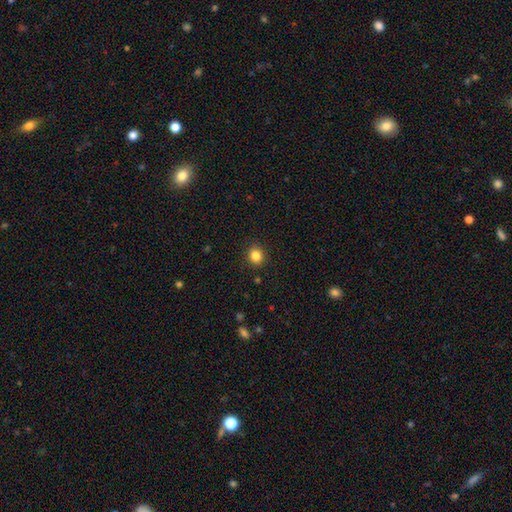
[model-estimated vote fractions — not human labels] The model was most divided on "how rounded": round: 75%, in between: 25%, cigar-shaped: 1%. More confident: merging — none (90%); smooth or featured — smooth (84%).